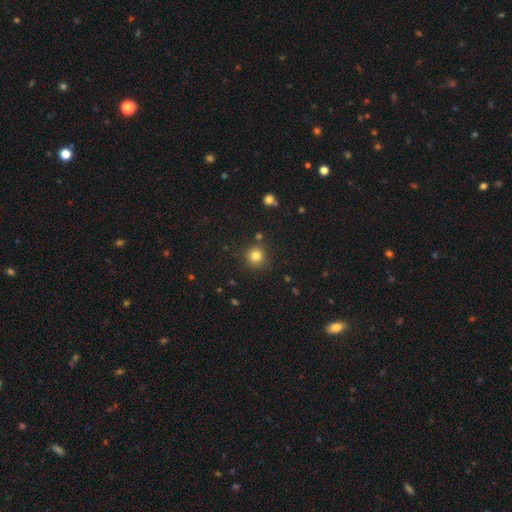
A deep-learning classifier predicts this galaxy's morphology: smooth_or_featured: smooth (p=0.80) [alt: star or artifact p=0.14]
how_rounded: round (p=0.93) [alt: in between p=0.06]
merging: none (p=0.87) [alt: minor disturbance p=0.07]